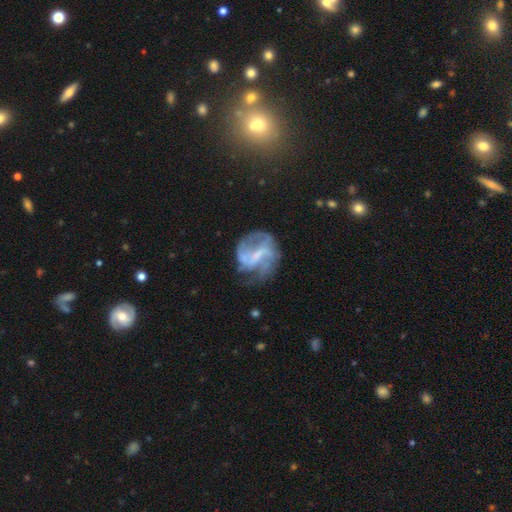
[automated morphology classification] This appears to be a featured or disk galaxy (78%) with a weak bar (47%), 2 (49%) medium (44%) spiral arms (85%) and a small central bulge (41%). Merging: none (50%).